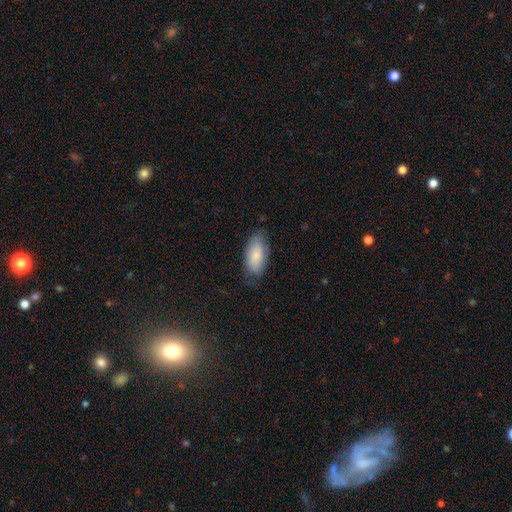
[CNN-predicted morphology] Q: Smooth or featured?
A: smooth (83%); runner-up: featured or disk (11%)
Q: How rounded?
A: in between (91%); runner-up: cigar-shaped (7%)
Q: Merging?
A: none (70%); runner-up: minor disturbance (23%)